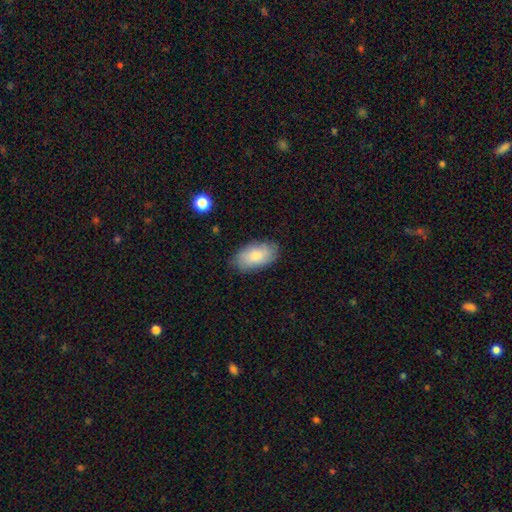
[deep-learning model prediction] Morphology: type=smooth (79%); roundness=in between (95%); merging=none (80%).